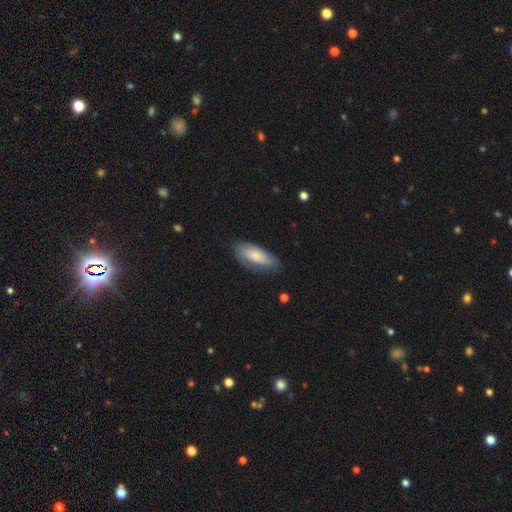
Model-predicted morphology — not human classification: smooth-or-featured: smooth: 72% | featured or disk: 22% | star or artifact: 6%
  how-rounded: in between: 79% | cigar-shaped: 19% | round: 2%
  merging: none: 73% | minor disturbance: 21% | major disturbance: 5% | merger: 1%